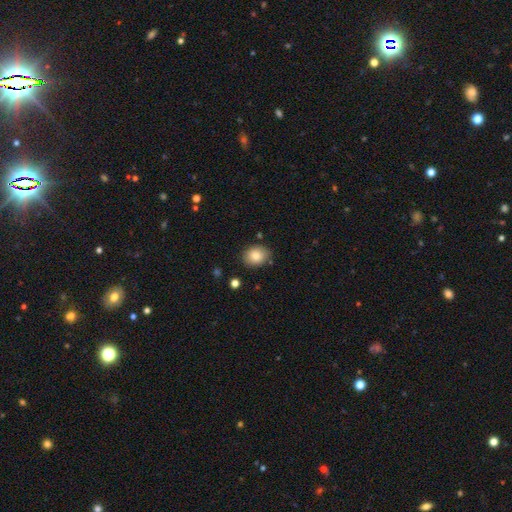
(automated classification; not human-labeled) Overall: smooth (83%). How rounded: round (51%; in between 48%). Merging: none (83%).